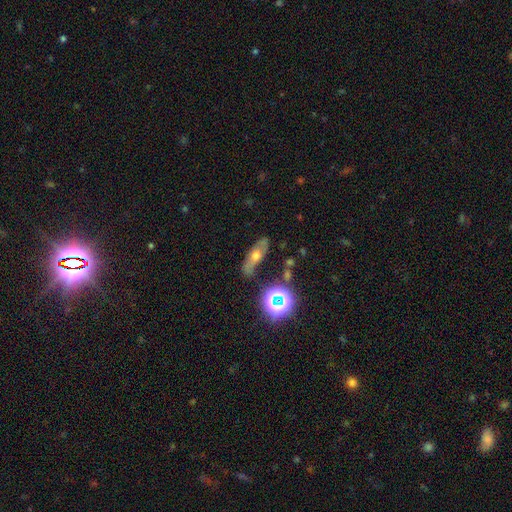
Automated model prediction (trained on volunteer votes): Smooth or featured?
  - featured or disk: 46% *
  - smooth: 35%
  - star or artifact: 19%
Merging?
  - none: 70% *
  - minor disturbance: 19%
  - major disturbance: 7%
  - merger: 4%